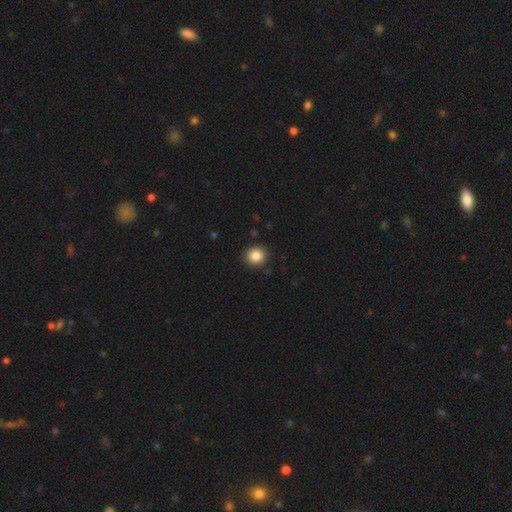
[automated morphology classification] The model was most divided on "how rounded": round: 83%, in between: 16%, cigar-shaped: 1%. More confident: merging — none (91%); smooth or featured — smooth (86%).